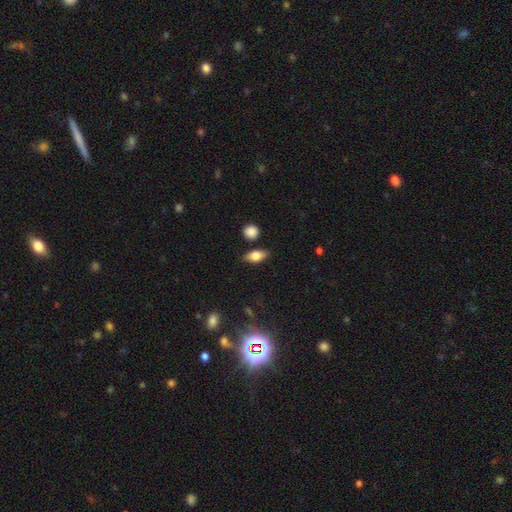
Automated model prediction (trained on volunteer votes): Q: Smooth or featured?
A: smooth (71%); runner-up: featured or disk (20%)
Q: How rounded?
A: in between (78%); runner-up: cigar-shaped (12%)
Q: Merging?
A: none (78%); runner-up: minor disturbance (14%)